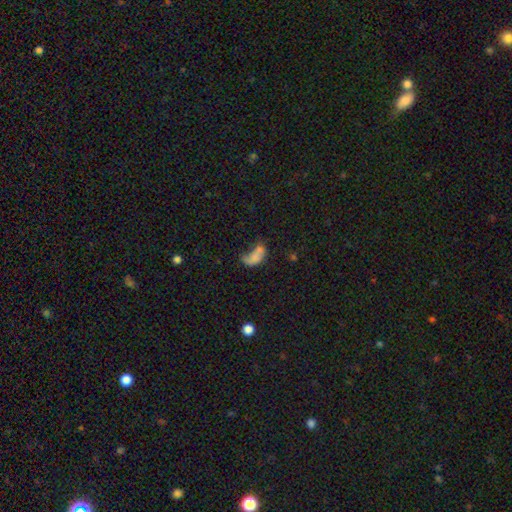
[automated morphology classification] smooth-or-featured: smooth: 62% | featured or disk: 23% | star or artifact: 14%
  how-rounded: in between: 86% | round: 9% | cigar-shaped: 5%
  merging: merger: 36% | major disturbance: 31% | none: 18% | minor disturbance: 15%